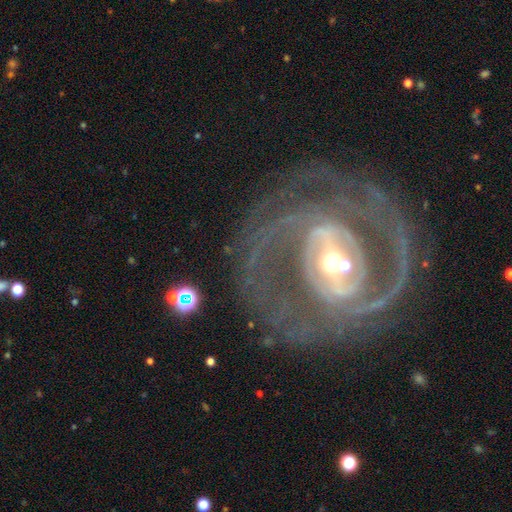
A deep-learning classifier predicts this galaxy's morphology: The model was most divided on "bar": strong: 43%, weak: 36%, no: 21%. More confident: edge-on disk — no (96%); spiral arms — yes (93%); smooth or featured — featured or disk (89%); merging — none (73%); spiral arm count — 2 (57%); spiral winding — tight (55%); bulge size — moderate (51%).